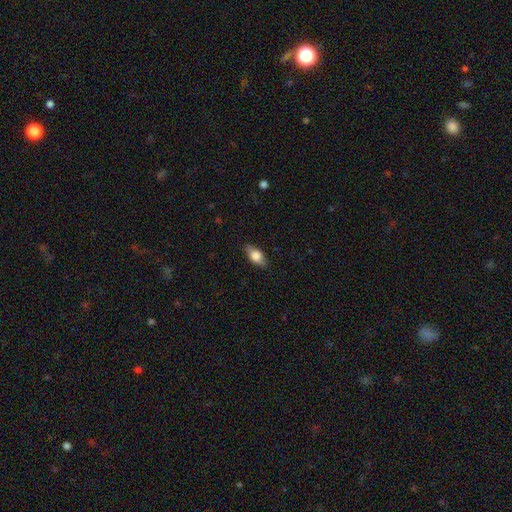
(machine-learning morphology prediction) The model was most divided on "smooth or featured": smooth: 72%, featured or disk: 21%, star or artifact: 7%. More confident: merging — none (85%); how rounded — in between (85%).